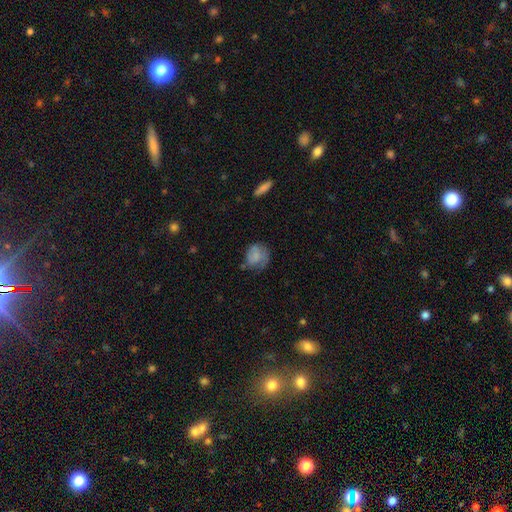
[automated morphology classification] type=smooth (68%); roundness=round (65%); merging=none (46%).